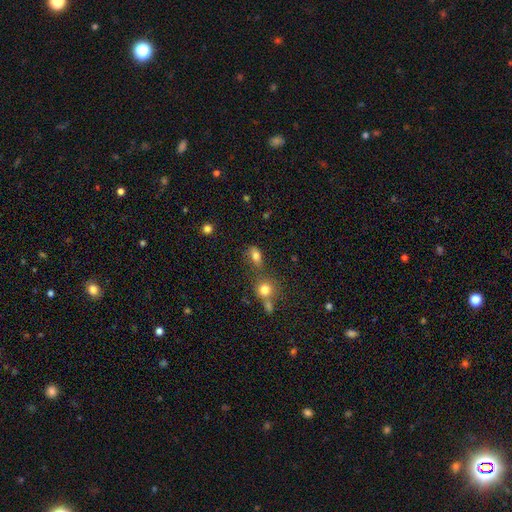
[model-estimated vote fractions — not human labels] smooth 77%, star or artifact 13%, featured or disk 10%. Down the decision tree: how rounded — in between (77%); merging — none (58%).